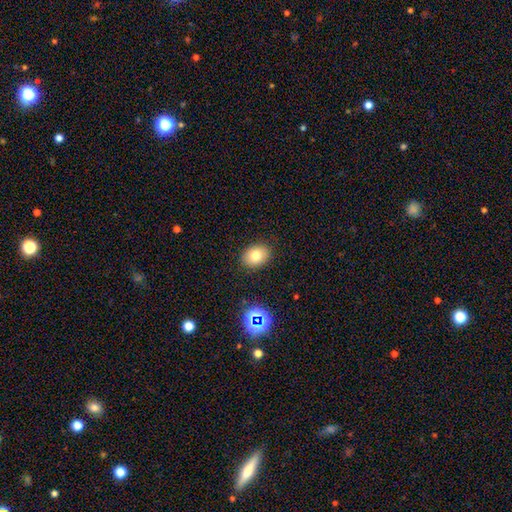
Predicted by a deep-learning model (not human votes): Overall: smooth (77%). How rounded: in between (70%). Merging: none (88%).